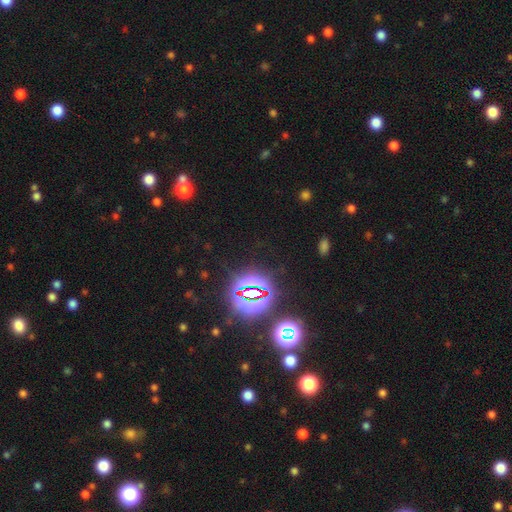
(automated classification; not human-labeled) Smooth or featured?
  - star or artifact: 82% *
  - smooth: 11%
  - featured or disk: 7%